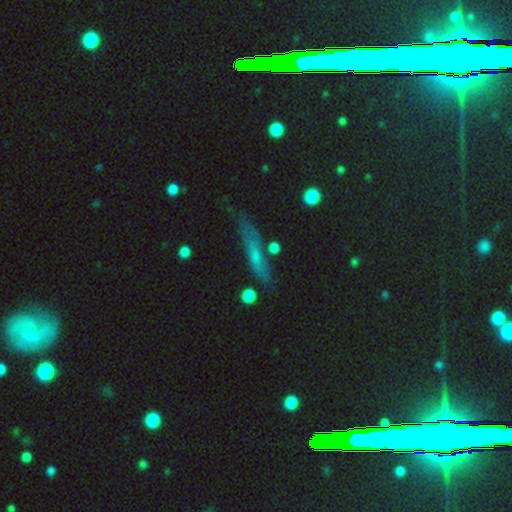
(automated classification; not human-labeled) smooth_or_featured: smooth (p=0.46) [alt: featured or disk p=0.38]
merging: none (p=0.71) [alt: minor disturbance p=0.19]